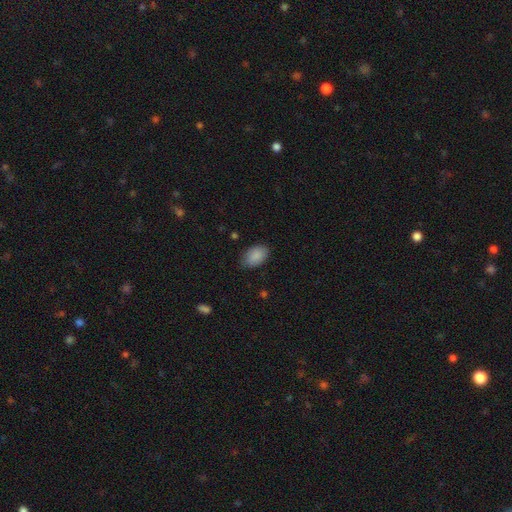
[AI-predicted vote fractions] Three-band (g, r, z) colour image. It shows a smooth galaxy with no disk features (88%) that is in between round and cigar-shaped (90%). Merging: none (79%).